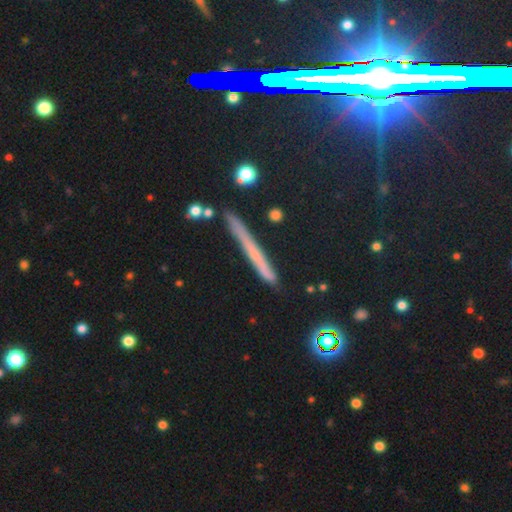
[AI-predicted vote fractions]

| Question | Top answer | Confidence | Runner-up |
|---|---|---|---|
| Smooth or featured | featured or disk | 42% | smooth (39%) |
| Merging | none | 82% | minor disturbance (13%) |